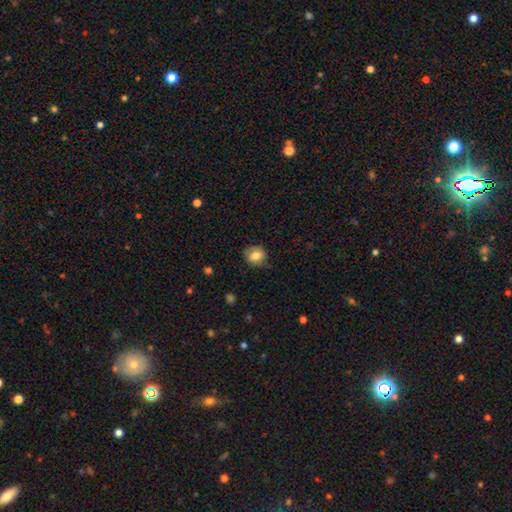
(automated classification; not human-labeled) Smooth or featured: smooth — 81% (featured or disk — 11%)
How rounded: round — 71% (in between — 28%)
Merging: none — 81% (minor disturbance — 15%)